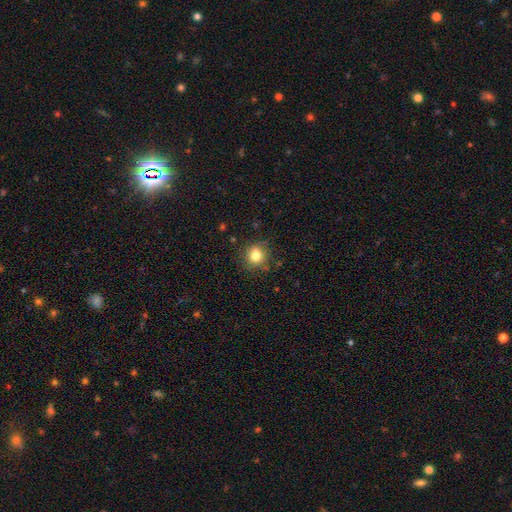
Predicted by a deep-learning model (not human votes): smooth_or_featured: smooth (p=0.80) [alt: star or artifact p=0.12]
how_rounded: round (p=0.88) [alt: in between p=0.11]
merging: none (p=0.83) [alt: minor disturbance p=0.12]